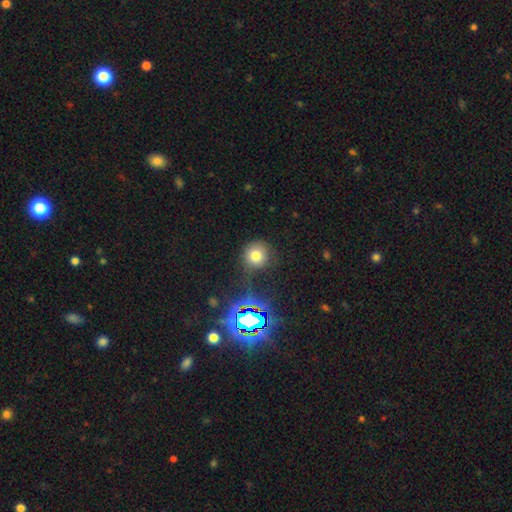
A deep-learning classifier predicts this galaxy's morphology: Smooth or featured? Predicted: smooth (p=0.73). How rounded? Predicted: round (p=0.90). Merging? Predicted: none (p=0.78).